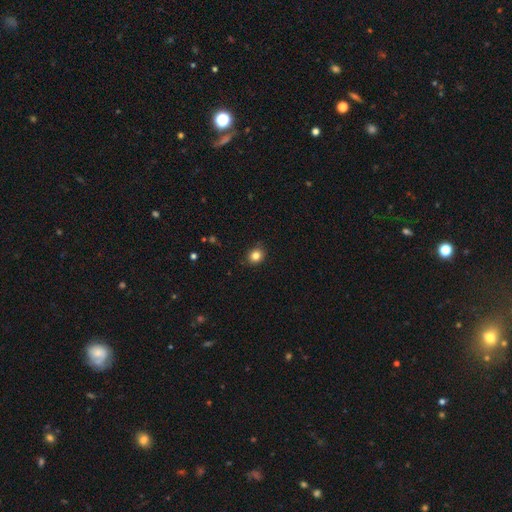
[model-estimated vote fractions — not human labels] Smooth or featured? smooth (83%)
How rounded? round (73%)
Merging? none (88%)